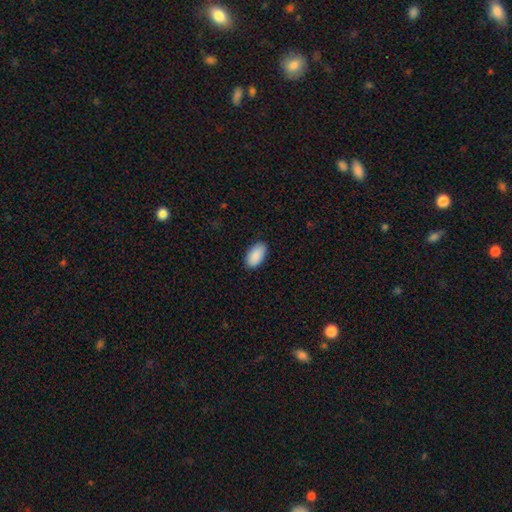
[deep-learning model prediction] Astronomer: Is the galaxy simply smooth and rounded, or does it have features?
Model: smooth — 91%.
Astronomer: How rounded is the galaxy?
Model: in between — 96%.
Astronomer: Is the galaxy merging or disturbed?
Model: none — 88%.